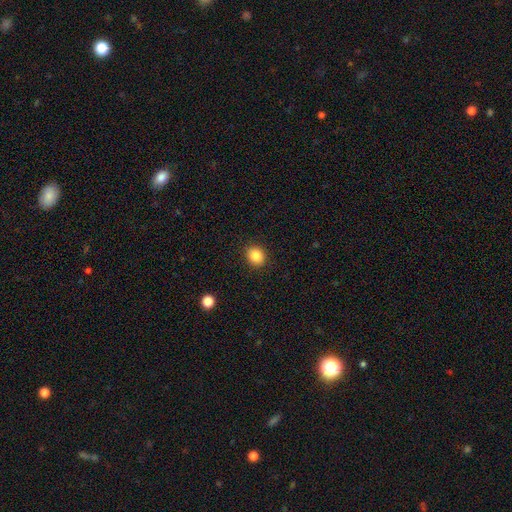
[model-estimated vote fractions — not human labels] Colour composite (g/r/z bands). It shows a smooth galaxy with no disk features (86%) that is round (70%). Merging: none (90%).